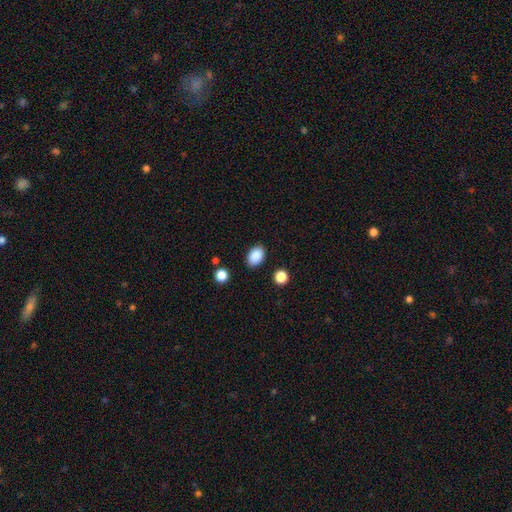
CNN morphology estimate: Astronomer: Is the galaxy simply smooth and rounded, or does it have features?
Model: smooth — 89%.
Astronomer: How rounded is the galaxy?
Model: in between — 81%.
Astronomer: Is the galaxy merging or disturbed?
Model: none — 86%.